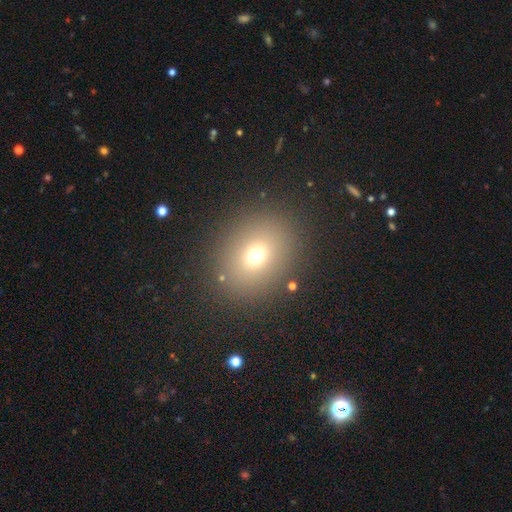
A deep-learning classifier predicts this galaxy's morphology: smooth-or-featured: smooth: 69% | star or artifact: 18% | featured or disk: 13%
  how-rounded: round: 58% | in between: 41% | cigar-shaped: 1%
  merging: none: 86% | minor disturbance: 8% | major disturbance: 4% | merger: 2%